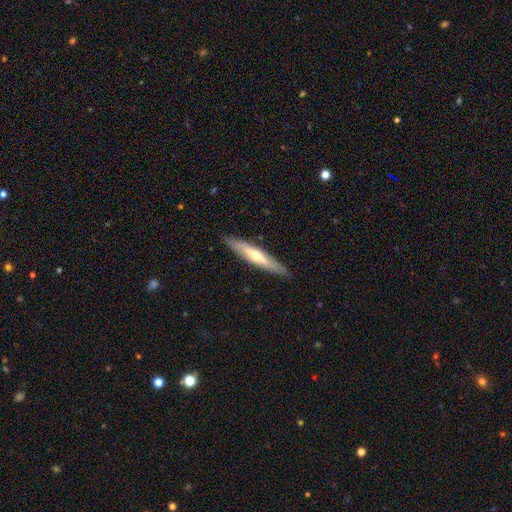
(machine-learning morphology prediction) A featured or disk galaxy (57%) viewed edge-on (81%). Merging: none (87%).